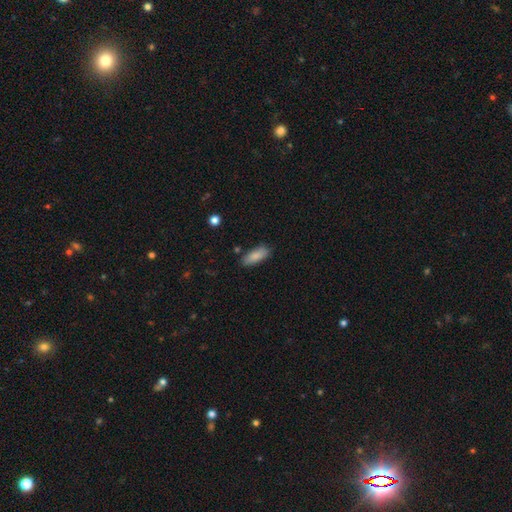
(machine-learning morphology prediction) smooth 86%, featured or disk 7%, star or artifact 7%. Down the decision tree: how rounded — in between (77%); merging — none (80%).